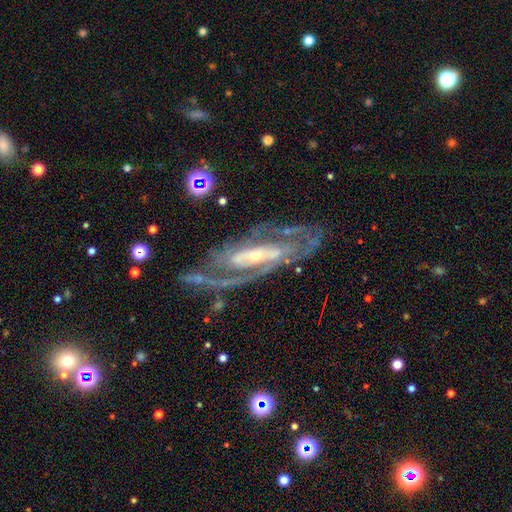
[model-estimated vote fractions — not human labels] This is clearly a featured or disk galaxy (89%). It is clearly not viewed edge-on (90%). Bar: marginally strong (39%). Spiral arm pattern: clearly yes (95%). Spiral arm count: possibly 2 (58%). Spiral winding: possibly tight (47%). Central bulge: likely small (66%). Merging: likely none (70%).